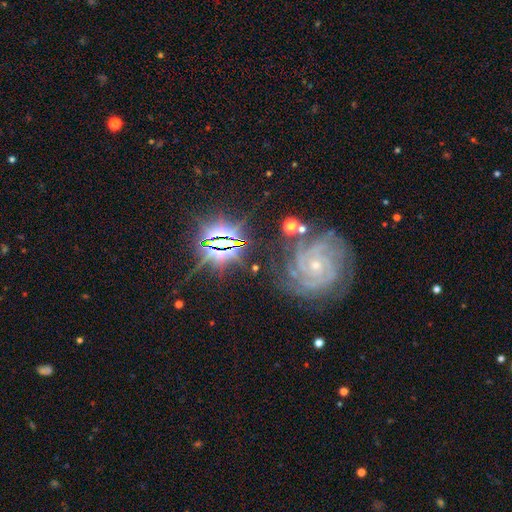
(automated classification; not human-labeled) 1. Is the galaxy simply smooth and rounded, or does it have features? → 50% featured or disk, 35% star or artifact, 16% smooth.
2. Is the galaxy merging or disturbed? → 78% none, 11% minor disturbance, 5% merger, 5% major disturbance.